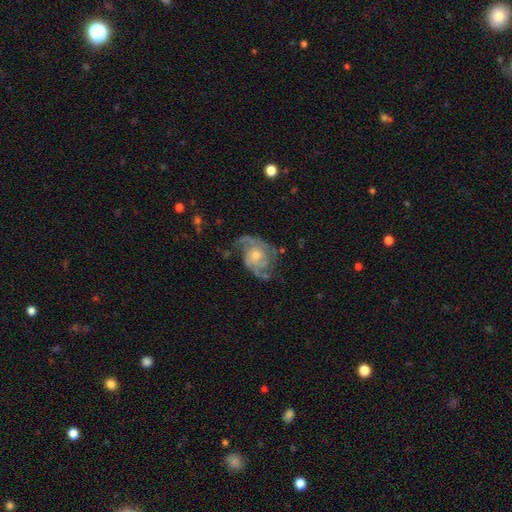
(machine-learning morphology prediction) featured or disk 86%, smooth 9%, star or artifact 5%. Down the decision tree: edge-on disk — no (98%); bar — no (73%); spiral arms — yes (94%); spiral arm count — 2 (56%); spiral winding — medium (45%); bulge size — moderate (47%); merging — none (57%).